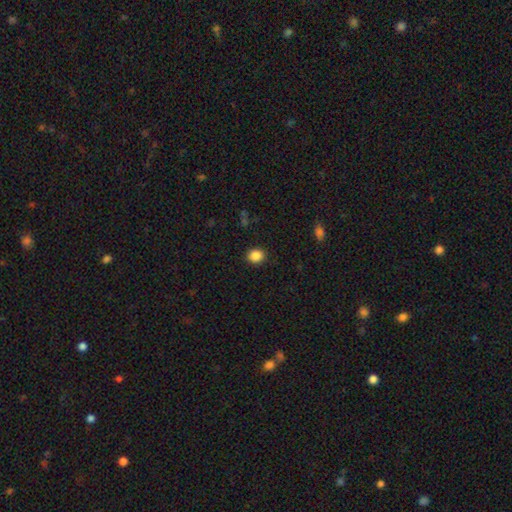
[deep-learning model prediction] Smooth or featured? smooth (87%)
How rounded? round (73%)
Merging? none (90%)